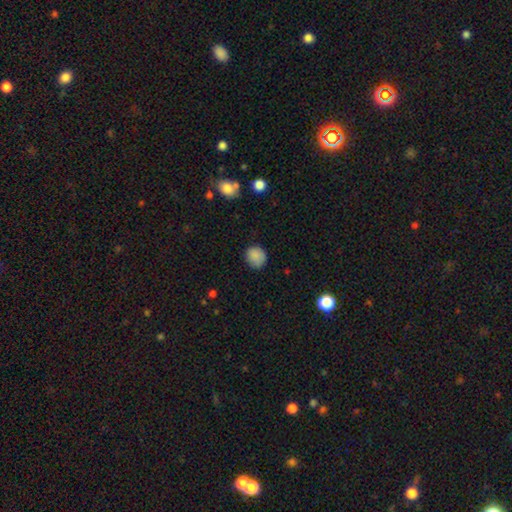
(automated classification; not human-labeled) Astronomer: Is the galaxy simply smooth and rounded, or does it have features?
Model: smooth — 85%.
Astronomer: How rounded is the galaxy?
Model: round — 82%.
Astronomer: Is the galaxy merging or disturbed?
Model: none — 79%.